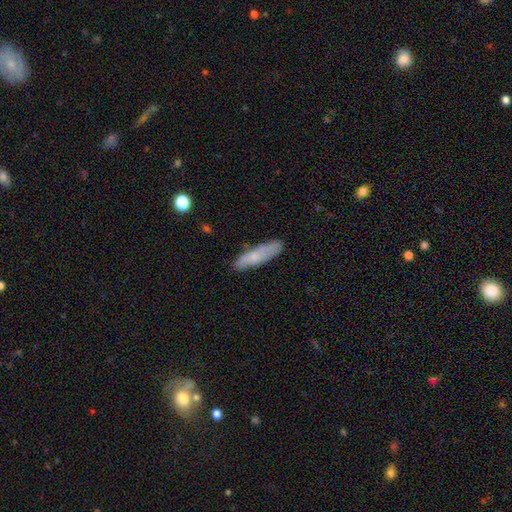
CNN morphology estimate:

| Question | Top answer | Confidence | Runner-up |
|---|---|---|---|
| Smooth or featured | smooth | 66% | featured or disk (27%) |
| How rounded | cigar-shaped | 72% | in between (26%) |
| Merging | none | 78% | minor disturbance (17%) |